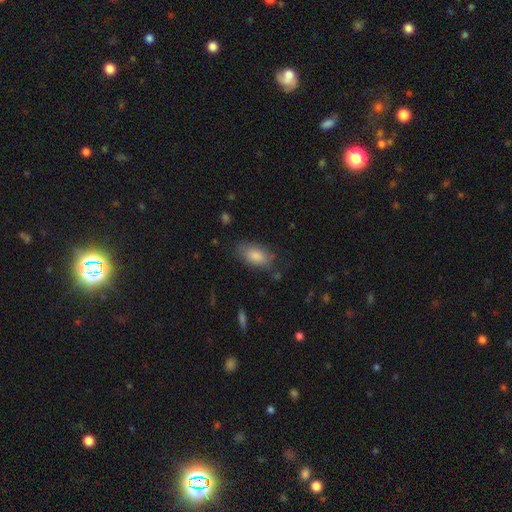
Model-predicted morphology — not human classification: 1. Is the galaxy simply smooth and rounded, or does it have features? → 83% smooth, 10% featured or disk, 8% star or artifact.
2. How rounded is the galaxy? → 92% in between, 4% round, 4% cigar-shaped.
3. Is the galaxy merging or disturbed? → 75% none, 18% minor disturbance, 5% major disturbance, 2% merger.